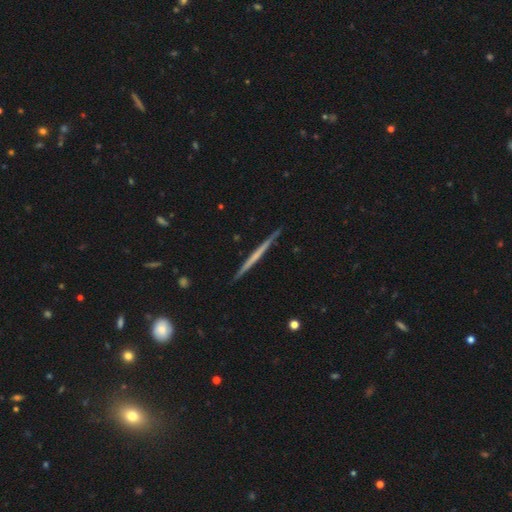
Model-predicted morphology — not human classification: Overall: featured or disk (60%; smooth 36%). Edge-on disk: yes (98%). Edge-on bulge: none (89%). Merging: none (91%).